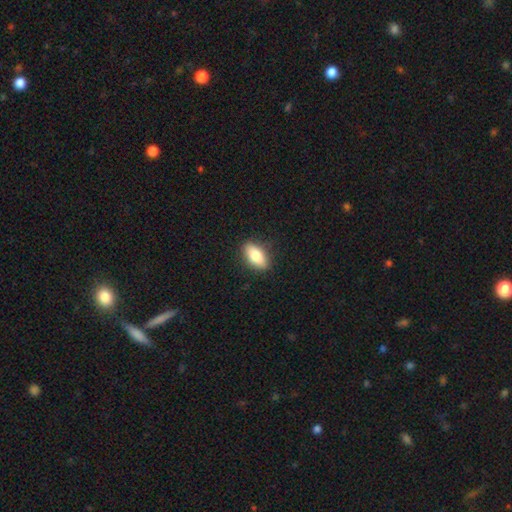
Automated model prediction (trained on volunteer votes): Smooth or featured: smooth — 80% (featured or disk — 13%)
How rounded: in between — 86% (cigar-shaped — 9%)
Merging: none — 87% (minor disturbance — 10%)